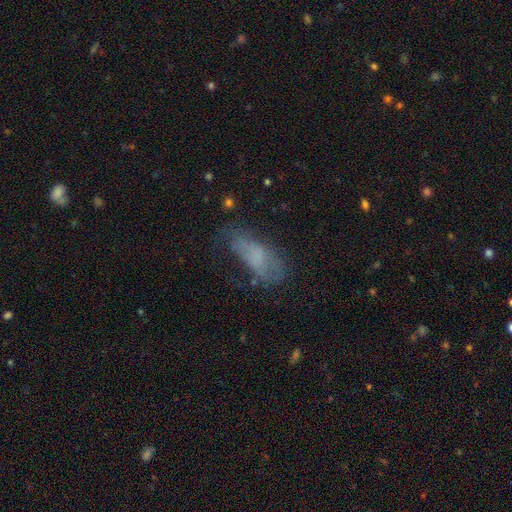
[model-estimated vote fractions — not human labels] Smooth or featured? smooth (57%)
How rounded? in between (79%)
Merging? none (43%)